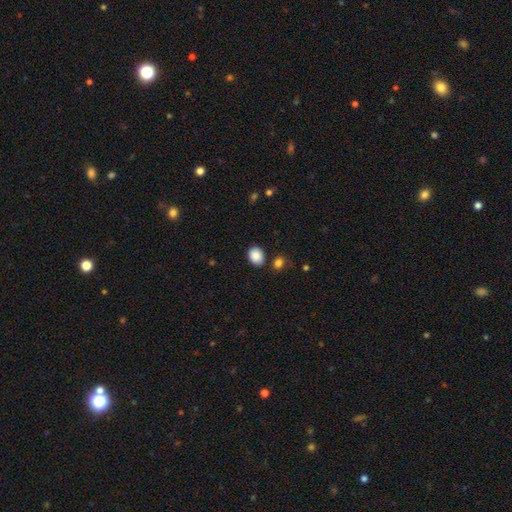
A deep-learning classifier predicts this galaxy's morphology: A smooth galaxy with no disk features (88%) that is in between round and cigar-shaped (57%). Merging: none (83%).